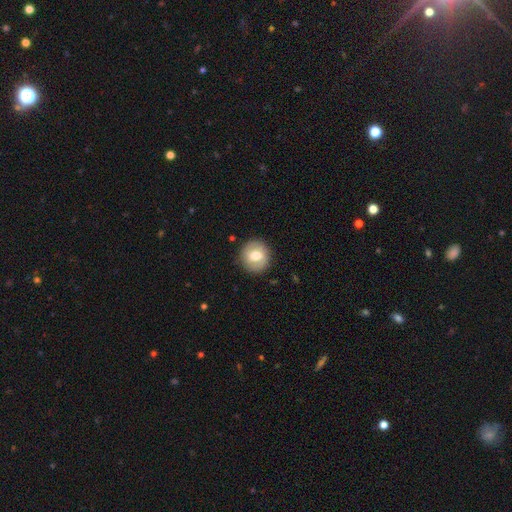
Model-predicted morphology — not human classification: This appears to be a smooth galaxy with no disk features (62%) that is round (92%). Merging: none (88%).